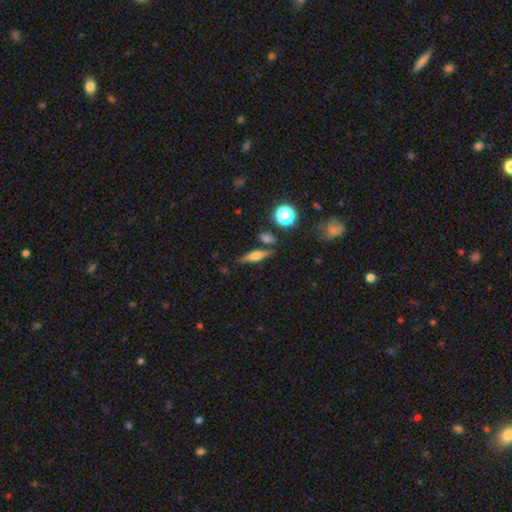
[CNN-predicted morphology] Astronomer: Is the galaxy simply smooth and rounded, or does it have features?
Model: featured or disk — 50% (runner-up: smooth, 40%).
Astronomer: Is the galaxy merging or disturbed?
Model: none — 79%.